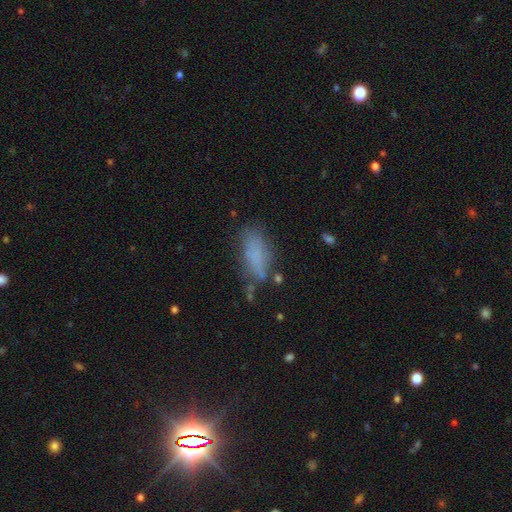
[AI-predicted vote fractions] Smooth or featured?
  - smooth: 70% *
  - featured or disk: 17%
  - star or artifact: 13%
How rounded?
  - in between: 76% *
  - cigar-shaped: 21%
  - round: 3%
Merging?
  - none: 53% *
  - minor disturbance: 27%
  - major disturbance: 14%
  - merger: 6%